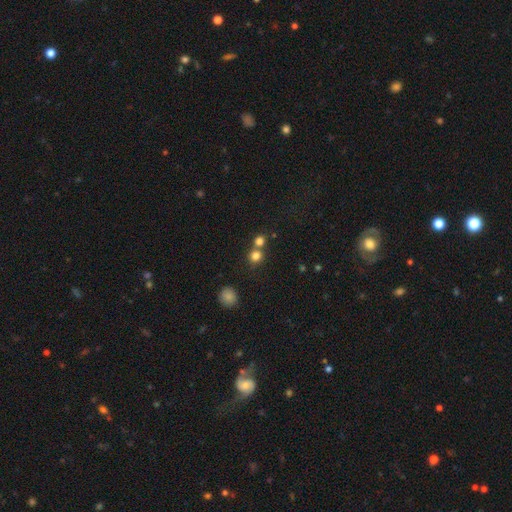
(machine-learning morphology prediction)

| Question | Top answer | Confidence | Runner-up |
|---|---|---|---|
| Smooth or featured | smooth | 80% | star or artifact (14%) |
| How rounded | round | 87% | in between (12%) |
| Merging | none | 56% | merger (35%) |